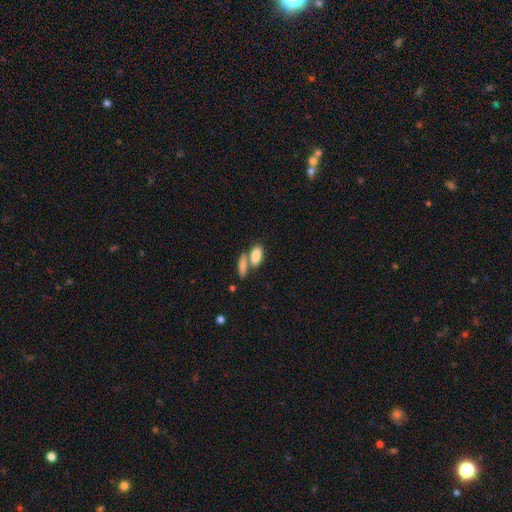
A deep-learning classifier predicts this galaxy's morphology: type=smooth (84%); roundness=in between (86%); merging=merger (46%).